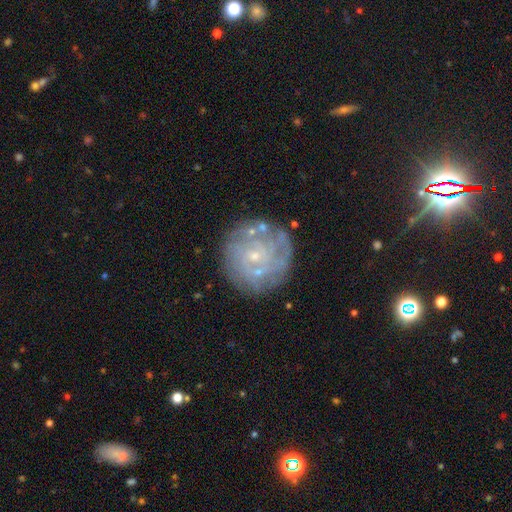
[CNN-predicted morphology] type=featured or disk (72%); edge-on=no (97%); bar=no (77%); spiral arms=yes (77%); winding=tight (72%); arm count=can't tell (51%); bulge=small (81%); merging=none (76%).